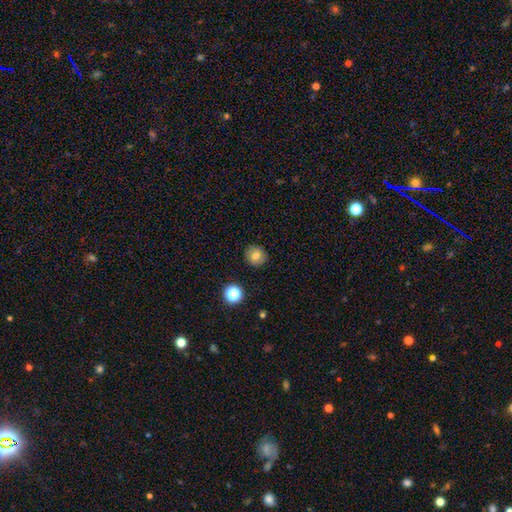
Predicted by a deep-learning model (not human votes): Smooth or featured? Predicted: smooth (p=0.75). How rounded? Predicted: round (p=0.91). Merging? Predicted: none (p=0.89).